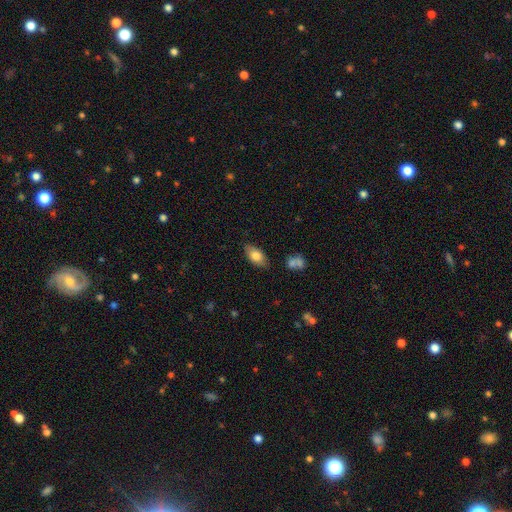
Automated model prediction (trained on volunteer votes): Q: Smooth or featured?
A: smooth (78%); runner-up: featured or disk (15%)
Q: How rounded?
A: in between (90%); runner-up: cigar-shaped (6%)
Q: Merging?
A: none (81%); runner-up: minor disturbance (13%)